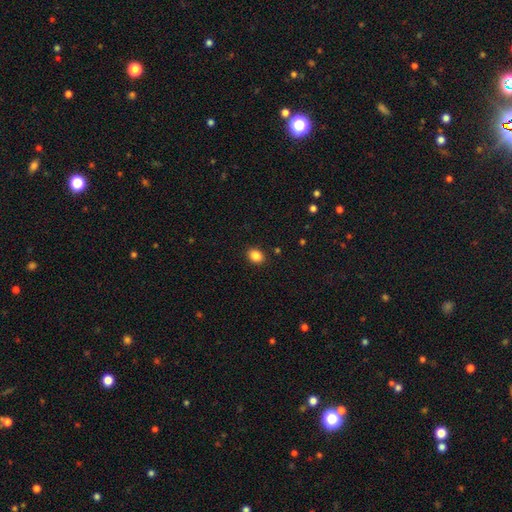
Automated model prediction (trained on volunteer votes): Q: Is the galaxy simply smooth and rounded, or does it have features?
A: smooth — 86%.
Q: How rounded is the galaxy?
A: in between — 56%.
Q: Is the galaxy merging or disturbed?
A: none — 89%.